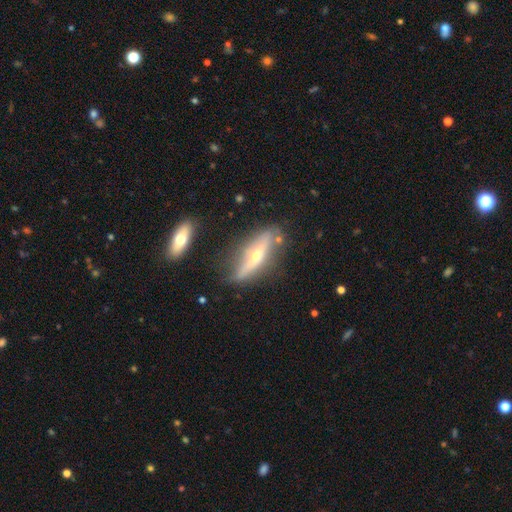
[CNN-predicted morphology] Smooth or featured?
  - featured or disk: 68% *
  - smooth: 25%
  - star or artifact: 7%
Edge-on disk?
  - yes: 88% *
  - no: 12%
Edge-on bulge?
  - rounded: 92% *
  - none: 5%
  - boxy: 3%
Merging?
  - none: 72% *
  - minor disturbance: 17%
  - merger: 5%
  - major disturbance: 5%